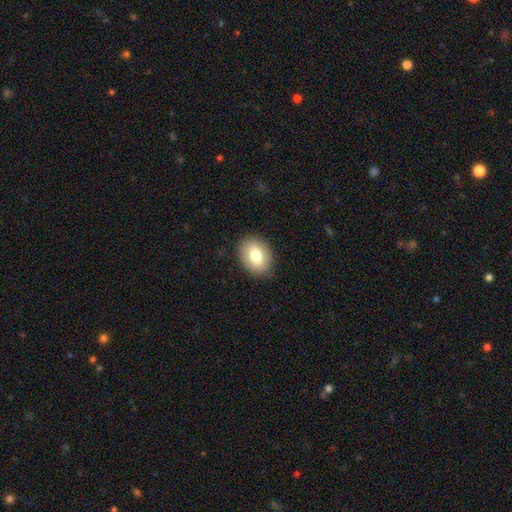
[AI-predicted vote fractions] Overall: smooth (78%). How rounded: in between (71%). Merging: none (87%).